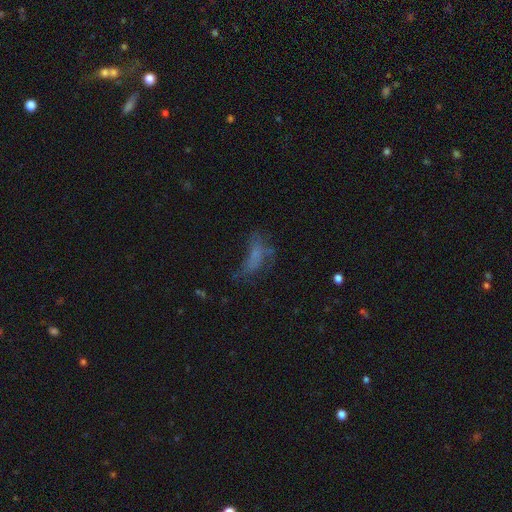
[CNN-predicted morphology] smooth 42%, featured or disk 36%, star or artifact 21%. Down the decision tree: merging — major disturbance (38%).